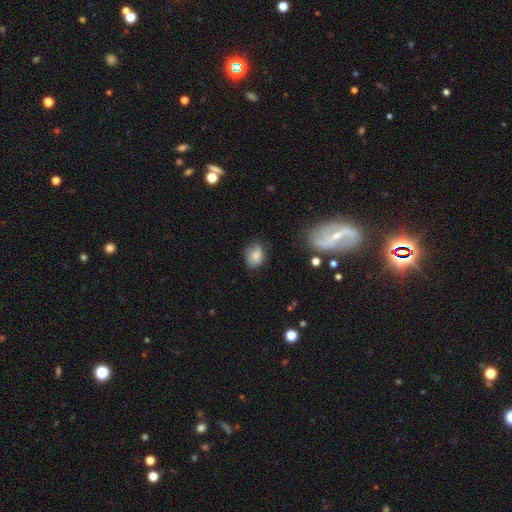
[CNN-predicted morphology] Q: Smooth or featured?
A: smooth (76%); runner-up: featured or disk (14%)
Q: How rounded?
A: in between (66%); runner-up: round (33%)
Q: Merging?
A: none (58%); runner-up: minor disturbance (31%)